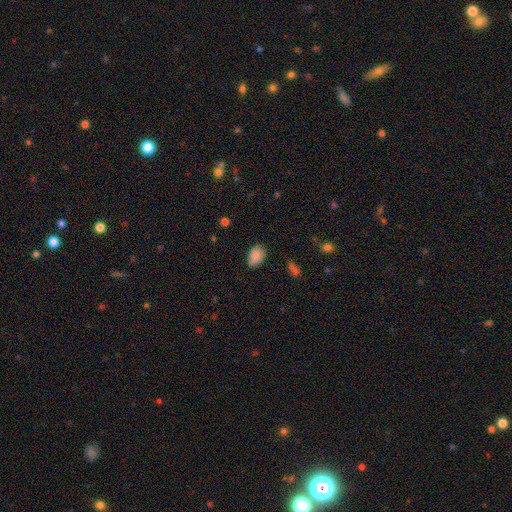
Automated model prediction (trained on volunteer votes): A smooth galaxy with no disk features (87%) that is in between round and cigar-shaped (80%). Merging: none (74%).